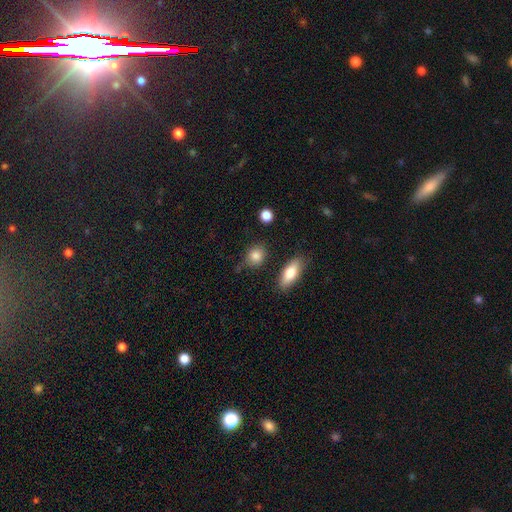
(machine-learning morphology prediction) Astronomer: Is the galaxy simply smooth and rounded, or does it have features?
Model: smooth — 85%.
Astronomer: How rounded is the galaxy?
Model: round — 52% (runner-up: in between, 45%).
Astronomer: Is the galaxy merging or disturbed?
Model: none — 76%.